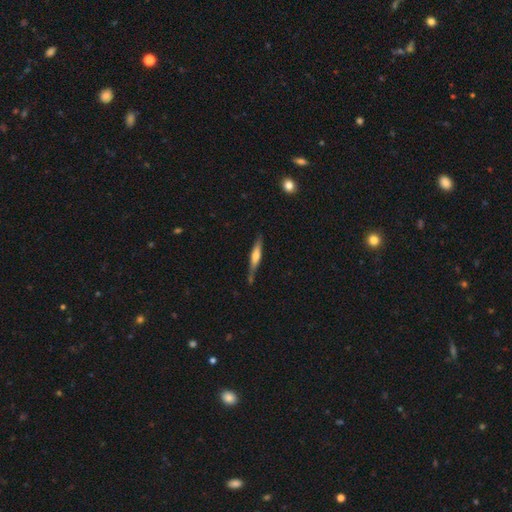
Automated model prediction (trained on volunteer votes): Smooth or featured: featured or disk — 51% (smooth — 43%)
Edge-on disk: yes — 93% (no — 7%)
Merging: none — 72% (minor disturbance — 19%)